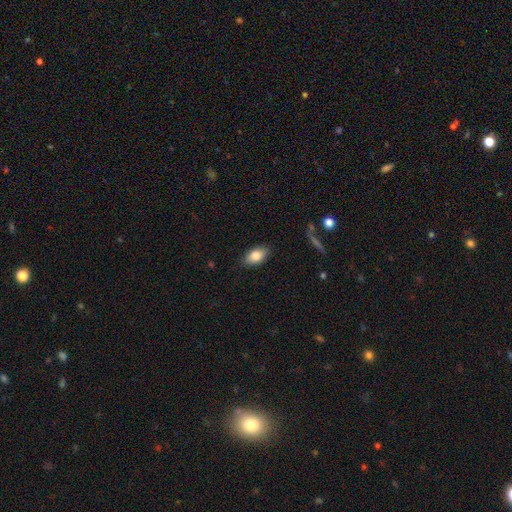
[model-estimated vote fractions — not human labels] Smooth or featured? Predicted: smooth (p=0.82). How rounded? Predicted: in between (p=0.91). Merging? Predicted: none (p=0.85).